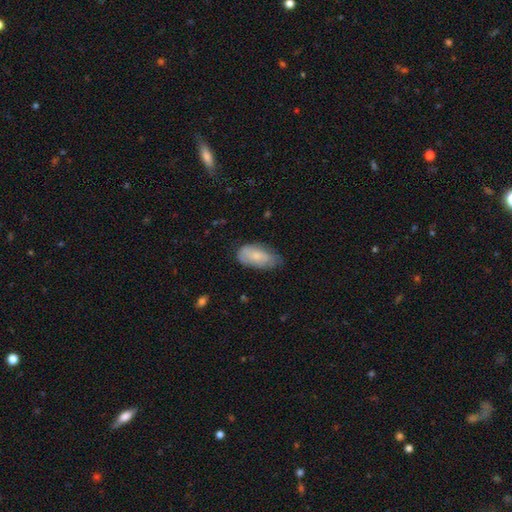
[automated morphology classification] The model was most divided on "merging": none: 56%, minor disturbance: 34%, major disturbance: 8%, merger: 1%. More confident: how rounded — in between (92%); smooth or featured — smooth (68%).